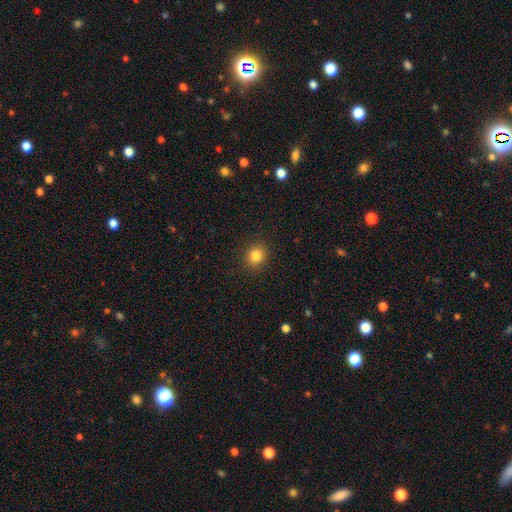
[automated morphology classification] type=smooth (84%); roundness=round (76%); merging=none (90%).